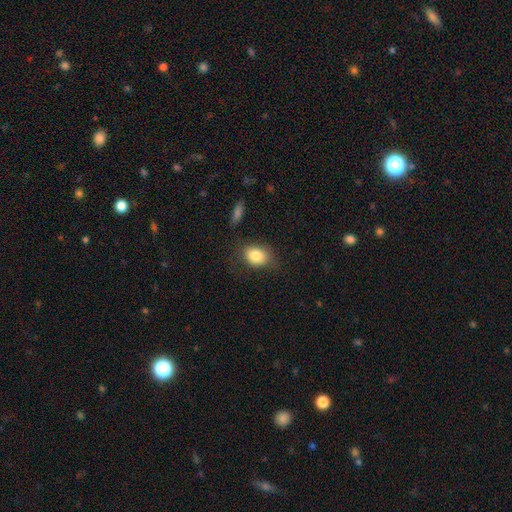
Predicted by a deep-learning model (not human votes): Overall: smooth (83%). How rounded: in between (65%; round 34%). Merging: none (71%).